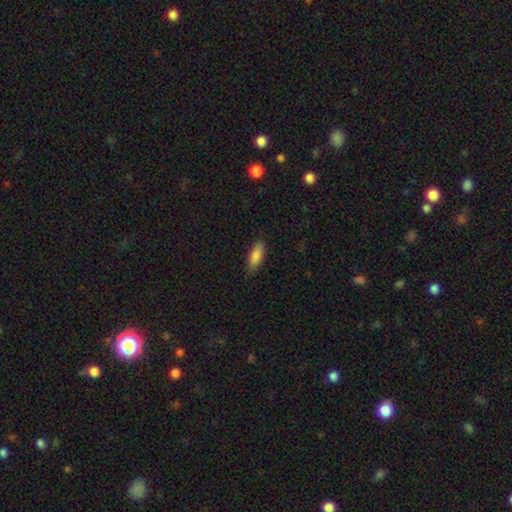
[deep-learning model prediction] smooth 83%, featured or disk 10%, star or artifact 7%. Down the decision tree: how rounded — in between (67%); merging — none (81%).